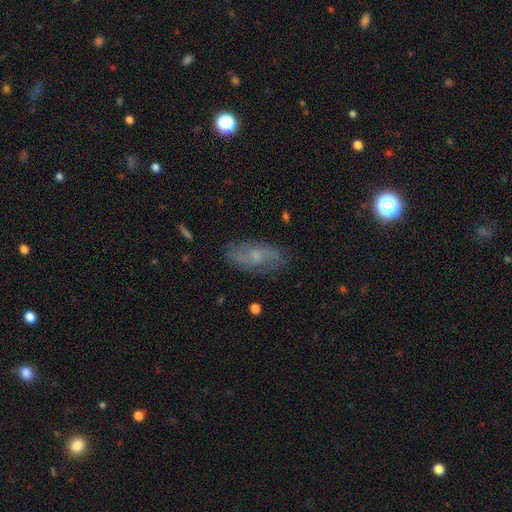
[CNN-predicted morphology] This is possibly a featured or disk galaxy (56%). It is clearly not viewed edge-on (91%). Bar: likely no (66%). Spiral arm pattern: clearly yes (81%). Central bulge: possibly small (49%). Merging: likely none (78%).